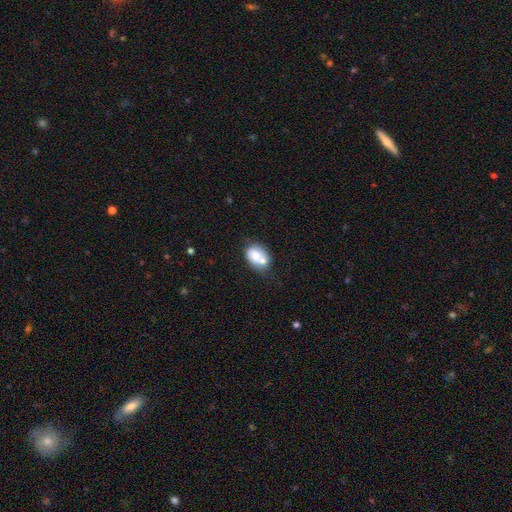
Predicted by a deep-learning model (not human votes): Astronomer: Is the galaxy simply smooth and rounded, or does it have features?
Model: smooth — 67%.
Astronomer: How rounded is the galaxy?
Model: in between — 73%.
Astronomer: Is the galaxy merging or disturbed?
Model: merger — 42% (runner-up: none, 36%).